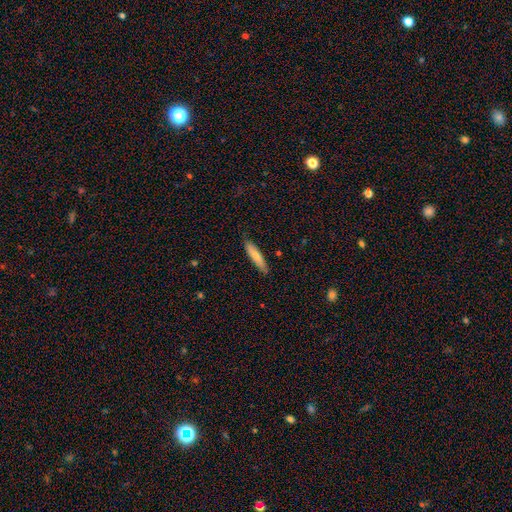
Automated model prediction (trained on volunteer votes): The model was most divided on "smooth or featured": smooth: 74%, featured or disk: 20%, star or artifact: 6%. More confident: merging — none (85%); how rounded — cigar-shaped (83%).